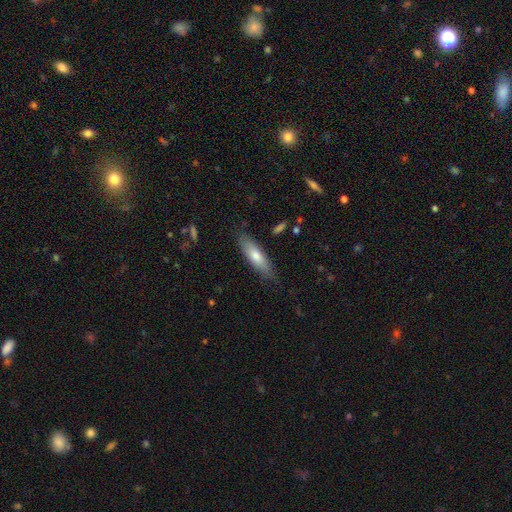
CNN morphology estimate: Smooth or featured? Predicted: smooth (p=0.68). How rounded? Predicted: cigar-shaped (p=0.57). Merging? Predicted: none (p=0.81).